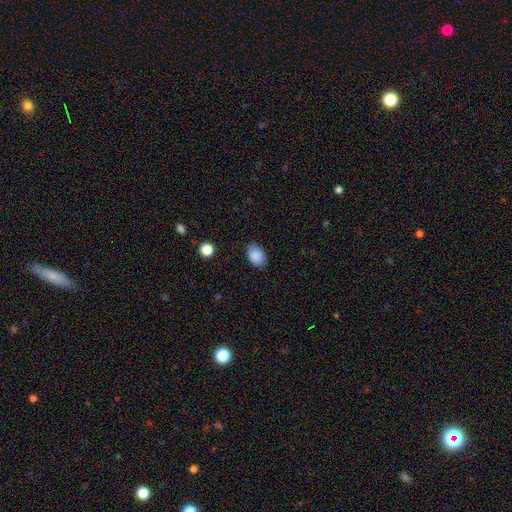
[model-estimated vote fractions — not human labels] Smooth or featured? Predicted: smooth (p=0.88). How rounded? Predicted: in between (p=0.83). Merging? Predicted: none (p=0.81).